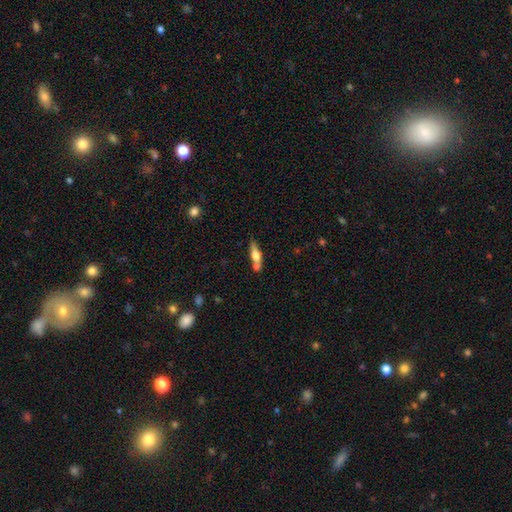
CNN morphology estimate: type=smooth (47%); merging=none (59%).